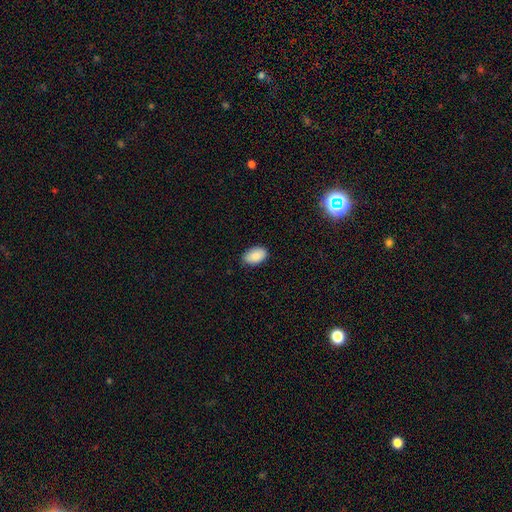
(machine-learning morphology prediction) type=smooth (90%); roundness=in between (92%); merging=none (83%).